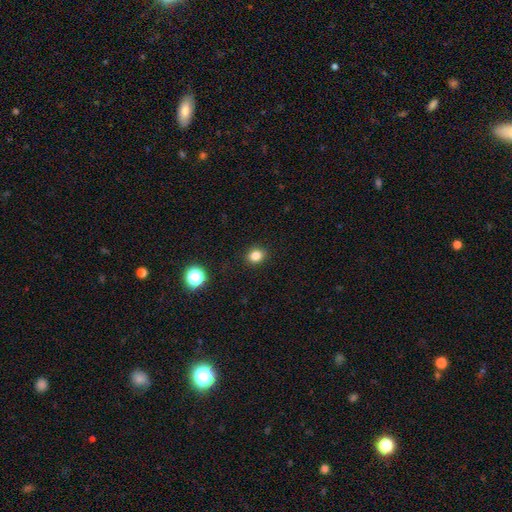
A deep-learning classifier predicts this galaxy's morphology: smooth_or_featured: smooth (p=0.82) [alt: star or artifact p=0.13]
how_rounded: round (p=0.64) [alt: in between p=0.35]
merging: none (p=0.91) [alt: minor disturbance p=0.07]